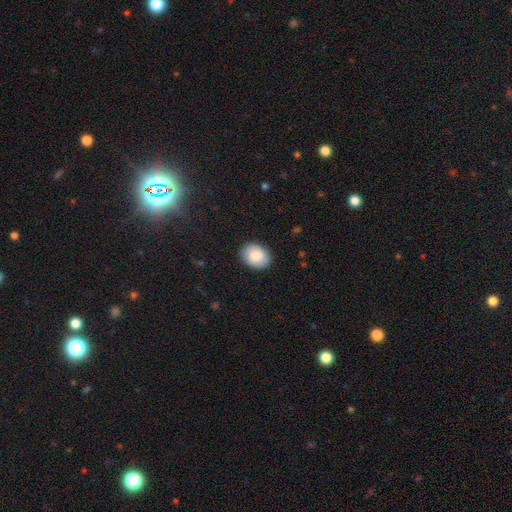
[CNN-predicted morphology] This is clearly a smooth galaxy (85%). How rounded: likely in between (67%). Merging: clearly none (87%).